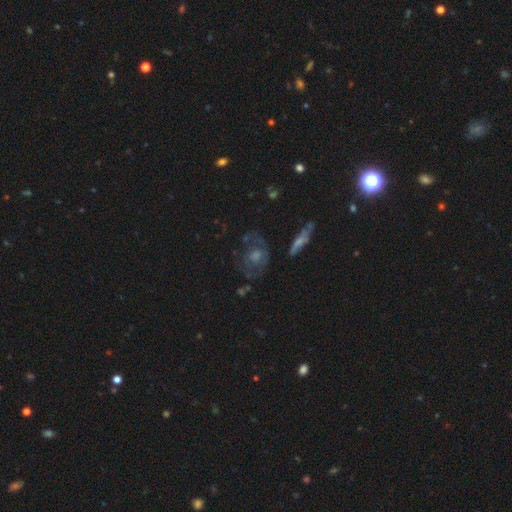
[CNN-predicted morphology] Smooth or featured?
  - featured or disk: 55% *
  - smooth: 24%
  - star or artifact: 21%
Edge-on disk?
  - no: 92% *
  - yes: 8%
Bar?
  - no: 77% *
  - weak: 19%
  - strong: 4%
Spiral arms?
  - yes: 59% *
  - no: 41%
Bulge size?
  - moderate: 48% *
  - small: 29%
  - large: 12%
  - none: 9%
  - dominant: 2%
Merging?
  - none: 65% *
  - minor disturbance: 17%
  - major disturbance: 14%
  - merger: 5%